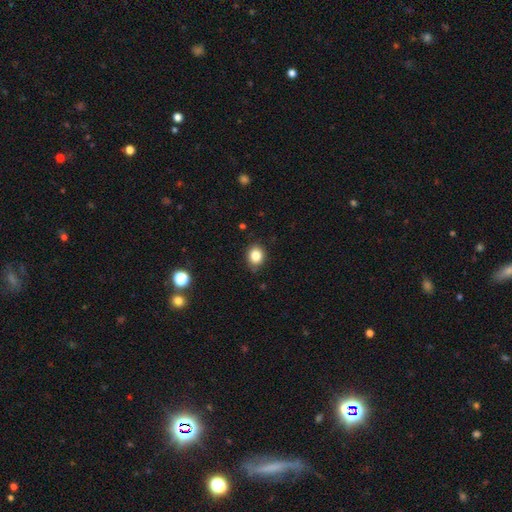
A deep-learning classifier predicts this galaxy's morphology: smooth-or-featured: smooth: 84% | star or artifact: 10% | featured or disk: 5%
  how-rounded: round: 61% | in between: 38% | cigar-shaped: 1%
  merging: none: 83% | minor disturbance: 13% | major disturbance: 2% | merger: 1%